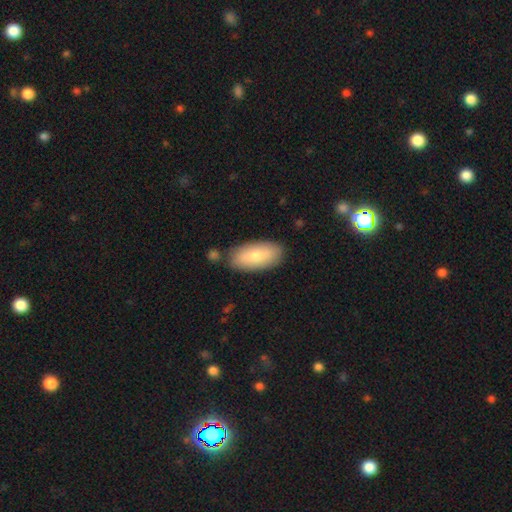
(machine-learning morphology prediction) smooth_or_featured: smooth (p=0.75) [alt: featured or disk p=0.19]
how_rounded: in between (p=0.92) [alt: cigar-shaped p=0.06]
merging: none (p=0.79) [alt: minor disturbance p=0.13]